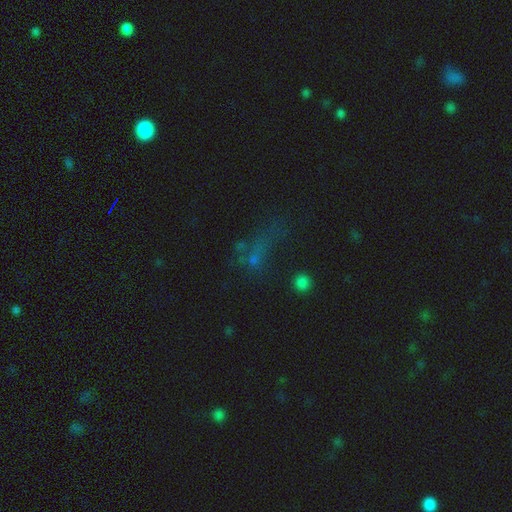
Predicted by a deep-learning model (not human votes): Q: Smooth or featured?
A: smooth (40%); runner-up: star or artifact (39%)
Q: Merging?
A: none (40%); runner-up: major disturbance (32%)